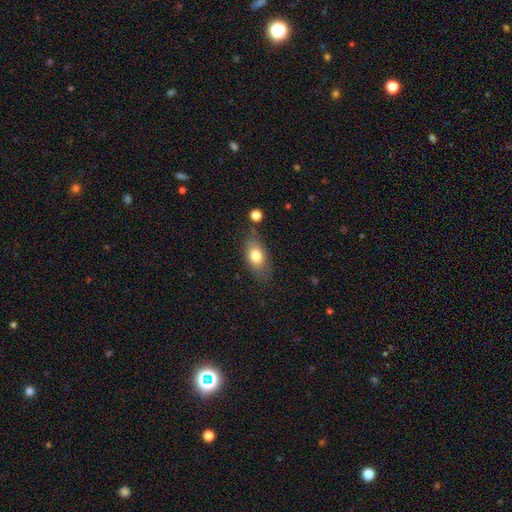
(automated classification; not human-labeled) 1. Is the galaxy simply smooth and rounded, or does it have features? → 78% smooth, 14% featured or disk, 8% star or artifact.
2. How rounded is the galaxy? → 86% in between, 10% round, 5% cigar-shaped.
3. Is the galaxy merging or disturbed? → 73% none, 17% minor disturbance, 5% major disturbance, 5% merger.